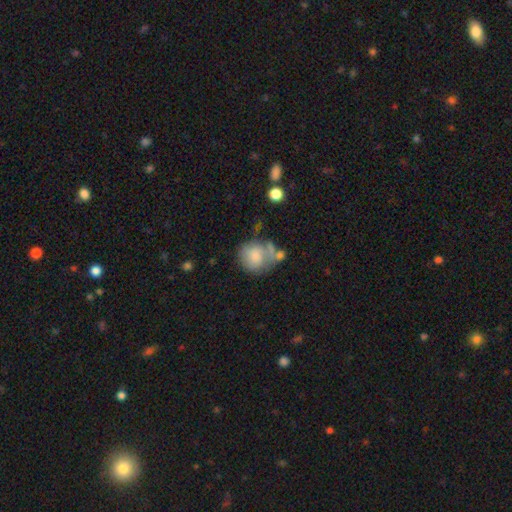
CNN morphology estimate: smooth-or-featured: smooth: 73% | featured or disk: 19% | star or artifact: 8%
  how-rounded: round: 77% | in between: 22% | cigar-shaped: 1%
  merging: none: 36% | merger: 27% | minor disturbance: 22% | major disturbance: 15%